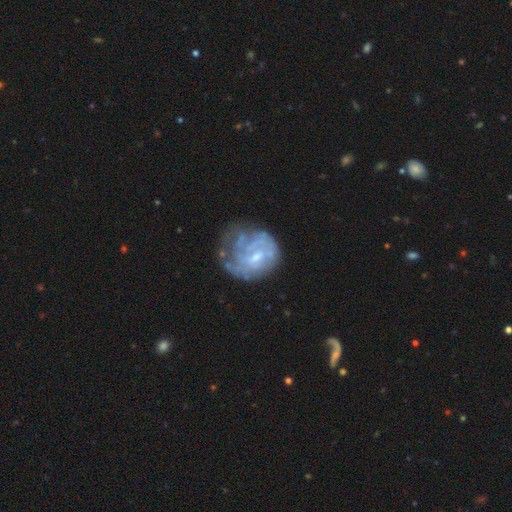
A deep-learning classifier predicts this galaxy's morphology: Q: Smooth or featured?
A: featured or disk (69%); runner-up: smooth (23%)
Q: Edge-on disk?
A: no (98%); runner-up: yes (2%)
Q: Bar?
A: no (48%); runner-up: weak (45%)
Q: Spiral arms?
A: yes (64%); runner-up: no (36%)
Q: Bulge size?
A: small (56%); runner-up: moderate (26%)
Q: Merging?
A: none (43%); runner-up: major disturbance (27%)